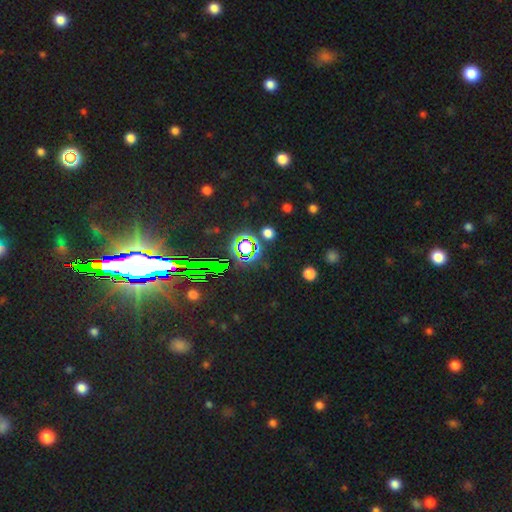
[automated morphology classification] star or artifact 78%, smooth 12%, featured or disk 10%.